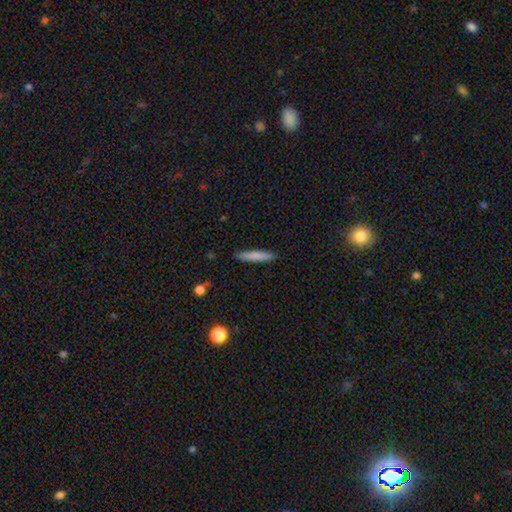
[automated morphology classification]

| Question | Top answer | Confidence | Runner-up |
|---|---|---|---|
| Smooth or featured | smooth | 80% | featured or disk (14%) |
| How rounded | cigar-shaped | 91% | in between (7%) |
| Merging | none | 90% | minor disturbance (7%) |